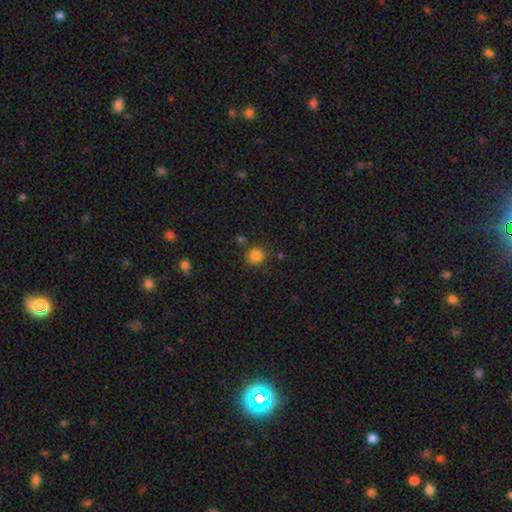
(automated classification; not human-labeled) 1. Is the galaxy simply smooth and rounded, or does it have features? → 83% smooth, 12% star or artifact, 4% featured or disk.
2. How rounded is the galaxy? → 89% round, 10% in between, 1% cigar-shaped.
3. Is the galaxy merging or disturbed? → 81% none, 10% minor disturbance, 5% merger, 3% major disturbance.